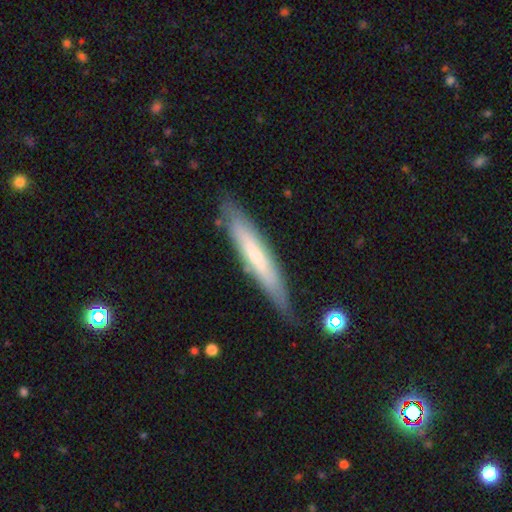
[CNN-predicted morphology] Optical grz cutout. It shows a featured or disk galaxy (47%, tied with smooth). Merging: none (82%).